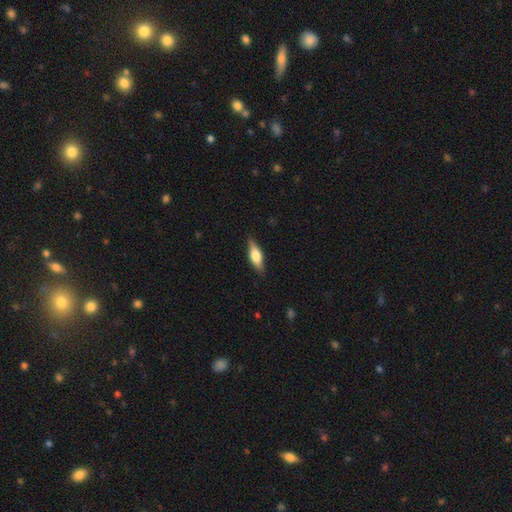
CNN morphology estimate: The model was most divided on "smooth or featured": smooth: 52%, featured or disk: 42%, star or artifact: 6%. More confident: merging — none (84%); how rounded — in between (57%).